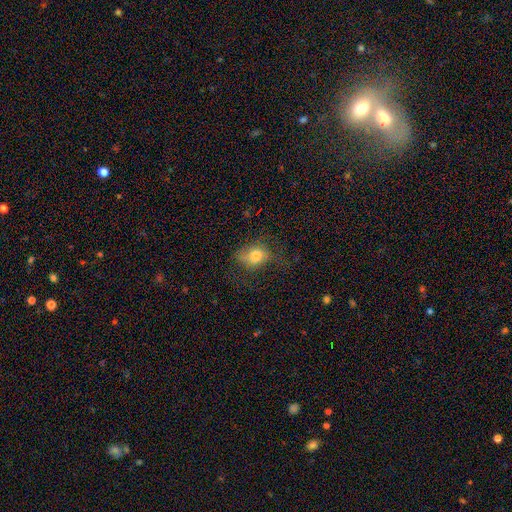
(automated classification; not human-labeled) Smooth or featured: smooth — 72% (featured or disk — 16%)
How rounded: in between — 50% (round — 48%)
Merging: none — 51% (minor disturbance — 26%)